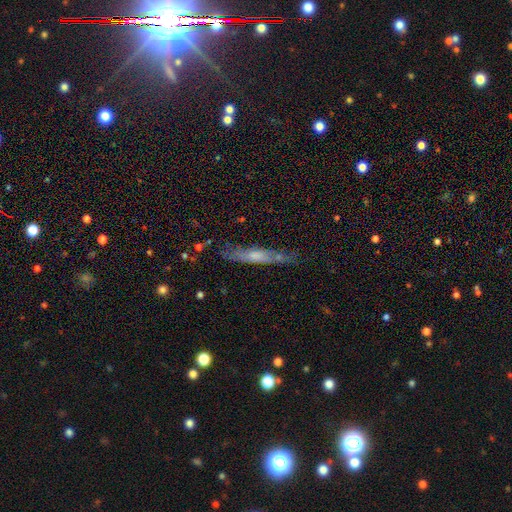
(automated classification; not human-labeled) Overall: smooth (51%; featured or disk 42%). How rounded: cigar-shaped (88%). Merging: none (69%).